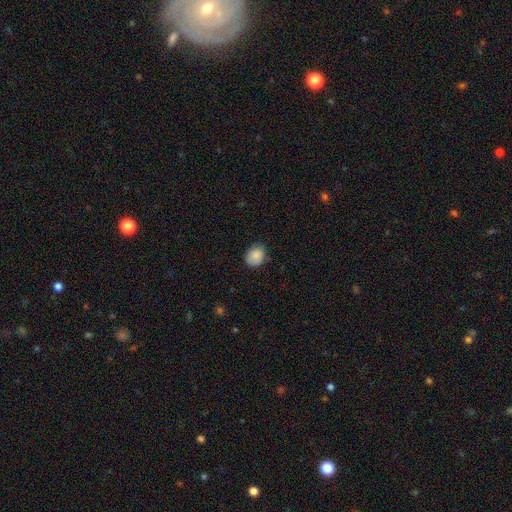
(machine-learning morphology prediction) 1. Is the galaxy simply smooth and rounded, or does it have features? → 85% smooth, 8% star or artifact, 7% featured or disk.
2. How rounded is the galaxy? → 53% round, 46% in between, 1% cigar-shaped.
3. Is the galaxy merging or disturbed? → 74% none, 22% minor disturbance, 4% major disturbance, 1% merger.